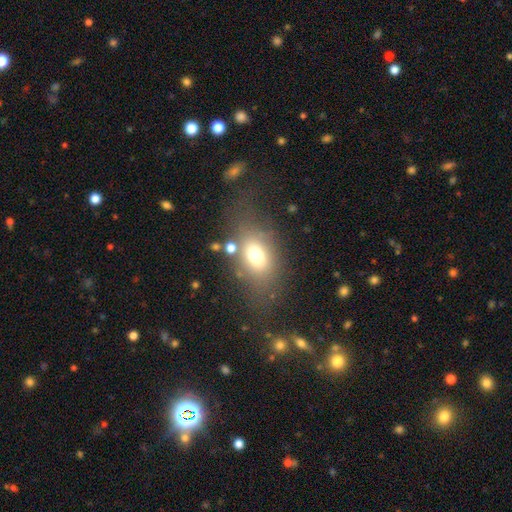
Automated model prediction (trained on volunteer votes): Morphology: type=smooth (68%); roundness=in between (71%); merging=none (61%).